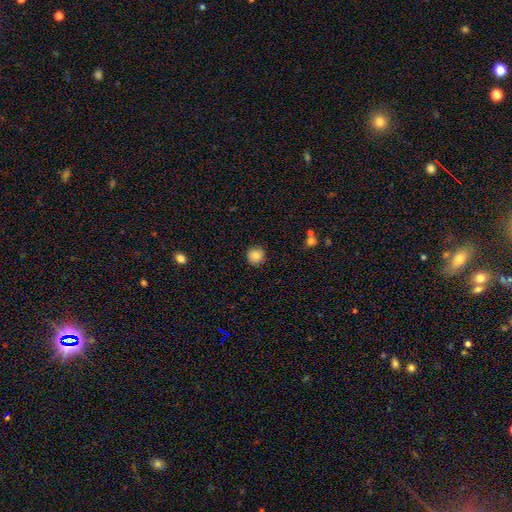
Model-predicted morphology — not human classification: smooth 82%, star or artifact 9%, featured or disk 8%. Down the decision tree: how rounded — round (93%); merging — none (89%).